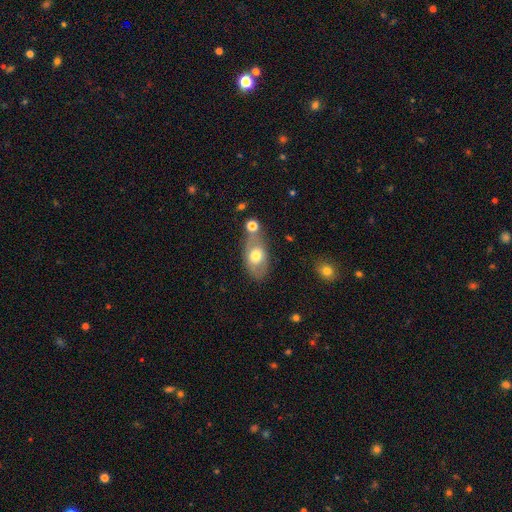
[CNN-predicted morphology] A smooth galaxy with no disk features (59%) that is in between round and cigar-shaped (86%).

Vote fractions:
- Smooth or featured? smooth: 59% / featured or disk: 34% / star or artifact: 7%
- How rounded? in between: 86% / round: 11% / cigar-shaped: 3%
- Merging? none: 55% / minor disturbance: 20% / merger: 17% / major disturbance: 8%